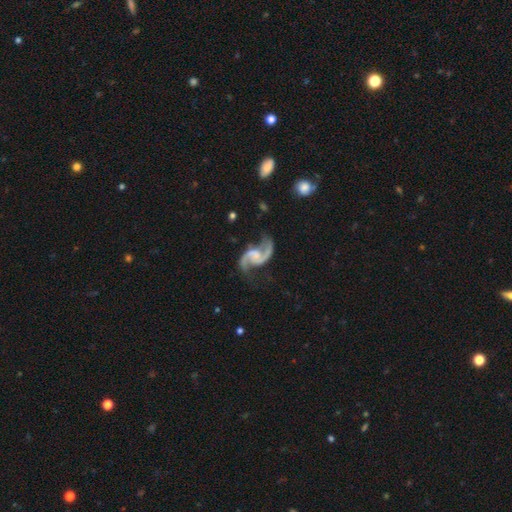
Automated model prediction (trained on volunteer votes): Smooth or featured?
  - featured or disk: 92% *
  - star or artifact: 4%
  - smooth: 3%
Edge-on disk?
  - no: 98% *
  - yes: 2%
Bar?
  - no: 45% *
  - weak: 43%
  - strong: 13%
Spiral arms?
  - yes: 98% *
  - no: 2%
Spiral winding?
  - loose: 58% *
  - medium: 36%
  - tight: 6%
Spiral arm count?
  - 2: 94% *
  - 1: 1%
  - can't tell: 1%
  - 3: 1%
  - 4: 1%
  - more than 4: 1%
Bulge size?
  - none: 46% *
  - small: 29%
  - moderate: 19%
  - large: 4%
  - dominant: 1%
Merging?
  - none: 71% *
  - minor disturbance: 16%
  - major disturbance: 10%
  - merger: 3%